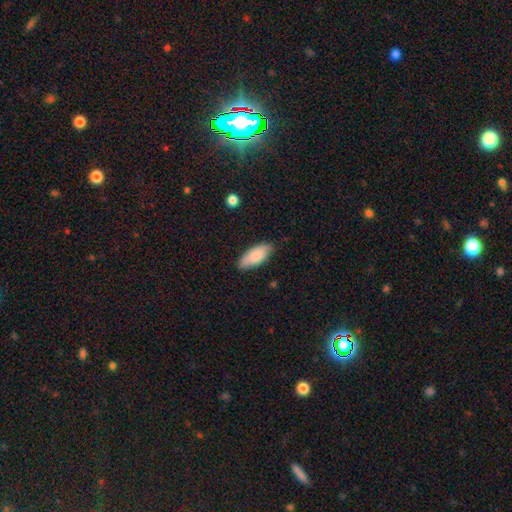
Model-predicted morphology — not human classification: This is clearly a smooth galaxy (84%). How rounded: clearly in between (84%). Merging: clearly none (81%).